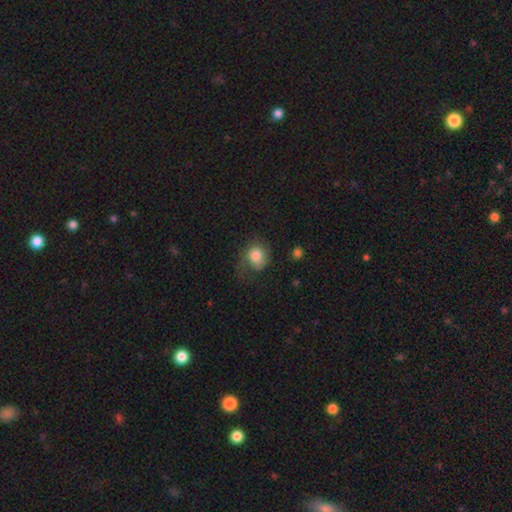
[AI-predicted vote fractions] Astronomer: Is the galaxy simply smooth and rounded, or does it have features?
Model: smooth — 77%.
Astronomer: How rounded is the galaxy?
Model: round — 61% (runner-up: in between, 38%).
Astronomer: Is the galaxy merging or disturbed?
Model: none — 40% (runner-up: major disturbance, 30%).